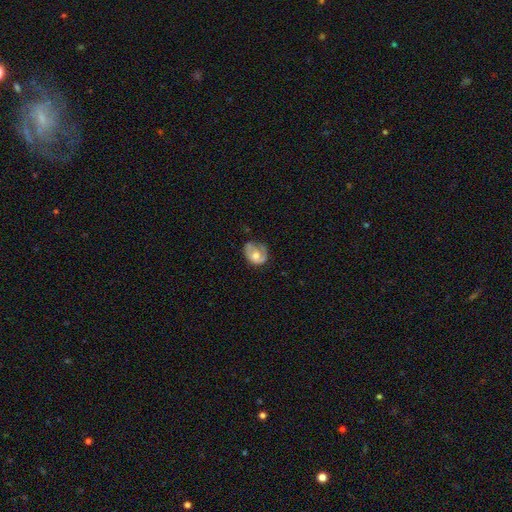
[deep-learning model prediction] Overall: featured or disk (48%; smooth 45%). Merging: none (40%; minor disturbance 31%).